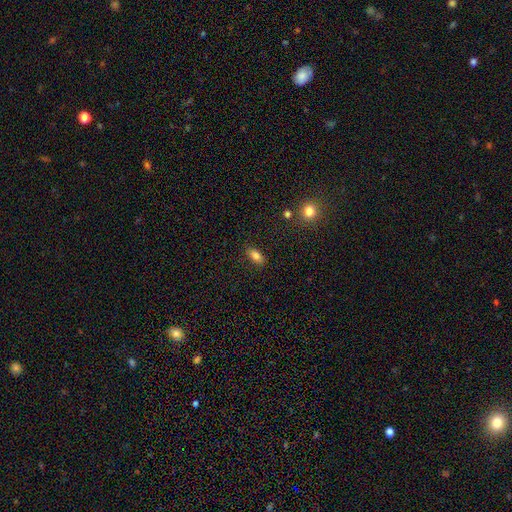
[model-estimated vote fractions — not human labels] A smooth galaxy with no disk features (83%) that is in between round and cigar-shaped (87%). Merging: none (86%).